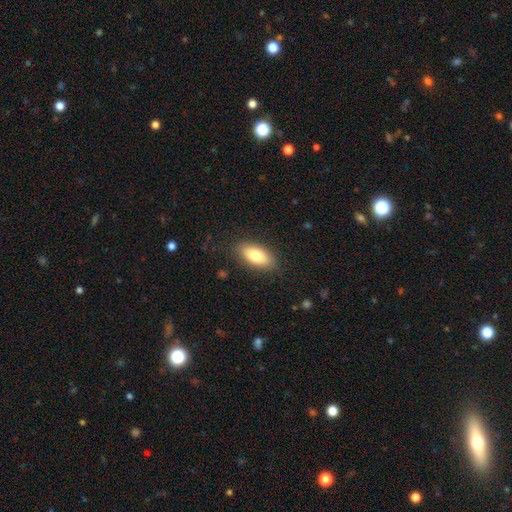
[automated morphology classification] Smooth or featured? smooth (81%)
How rounded? in between (88%)
Merging? none (85%)